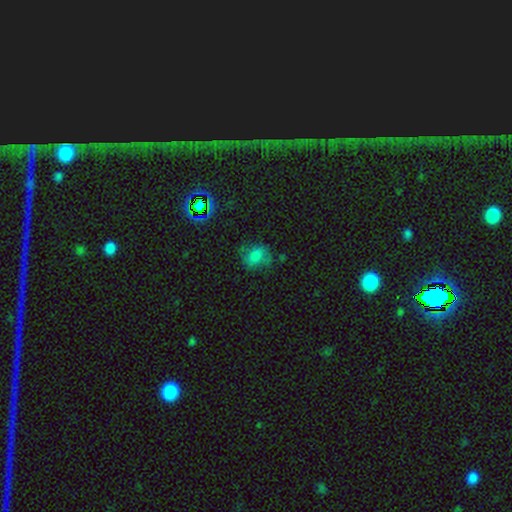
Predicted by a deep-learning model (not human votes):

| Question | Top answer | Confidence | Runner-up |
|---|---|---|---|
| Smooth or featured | smooth | 63% | featured or disk (19%) |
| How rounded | in between | 52% | round (46%) |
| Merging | none | 59% | minor disturbance (25%) |